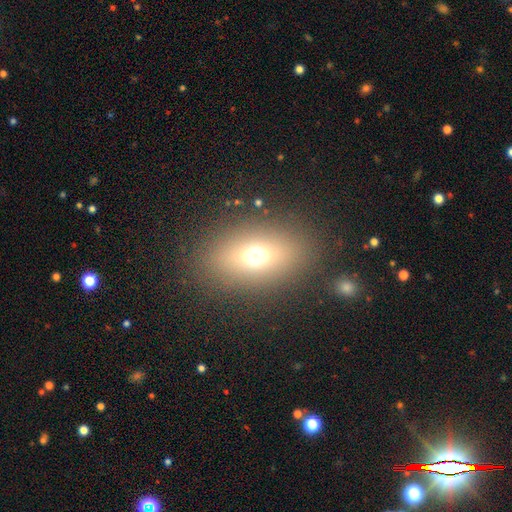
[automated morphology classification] Smooth or featured: smooth — 65% (star or artifact — 19%)
How rounded: in between — 71% (round — 26%)
Merging: none — 84% (minor disturbance — 8%)